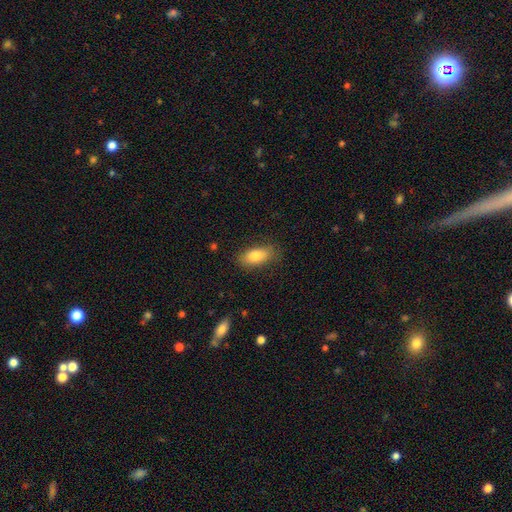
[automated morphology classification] Smooth or featured? smooth (81%)
How rounded? in between (86%)
Merging? none (81%)